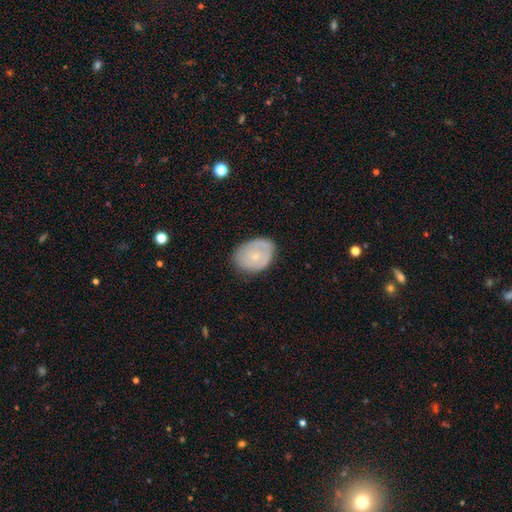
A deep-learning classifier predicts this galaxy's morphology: Smooth or featured: smooth — 56% (featured or disk — 37%)
How rounded: in between — 64% (round — 35%)
Merging: none — 72% (minor disturbance — 21%)